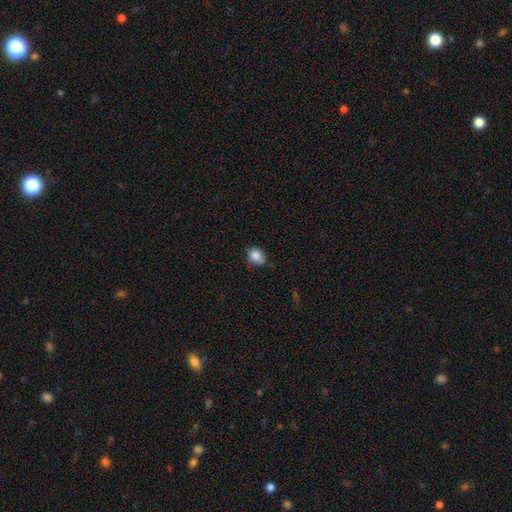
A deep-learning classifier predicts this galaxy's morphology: Q: Smooth or featured?
A: smooth (85%); runner-up: star or artifact (9%)
Q: How rounded?
A: round (62%); runner-up: in between (37%)
Q: Merging?
A: none (64%); runner-up: minor disturbance (29%)